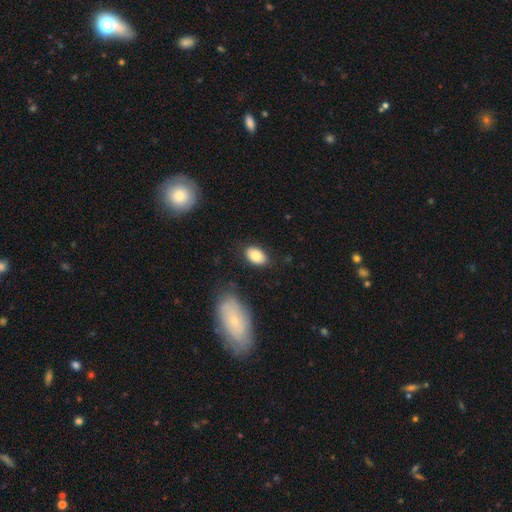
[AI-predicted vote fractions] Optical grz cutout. It shows a smooth galaxy with no disk features (81%) that is in between round and cigar-shaped (90%). Merging: none (81%).